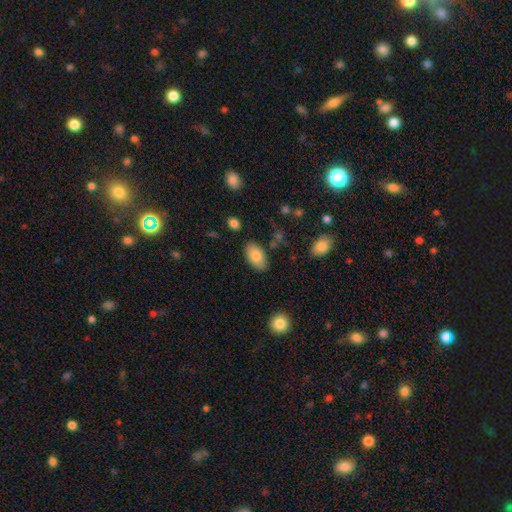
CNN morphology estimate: Smooth or featured? Predicted: smooth (p=0.81). How rounded? Predicted: in between (p=0.95). Merging? Predicted: none (p=0.83).